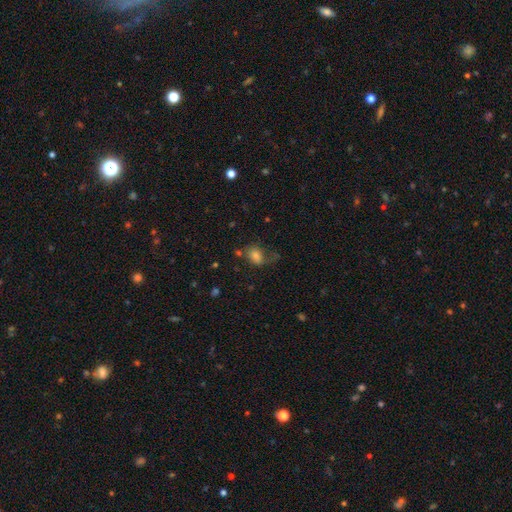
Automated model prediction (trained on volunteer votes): Smooth or featured? smooth (75%)
How rounded? in between (68%)
Merging? none (49%)